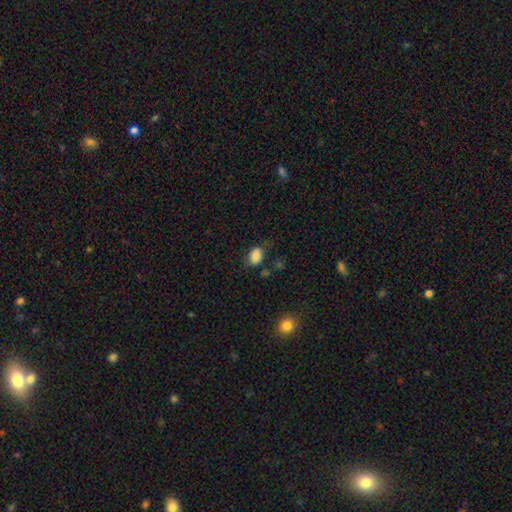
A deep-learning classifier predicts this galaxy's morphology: Smooth or featured? smooth (85%)
How rounded? in between (76%)
Merging? none (66%)